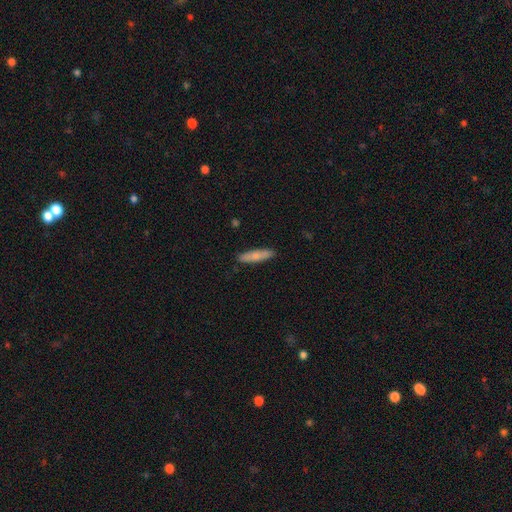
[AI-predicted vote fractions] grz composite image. It shows a smooth galaxy with no disk features (74%) that is cigar-shaped (80%). Merging: none (88%).